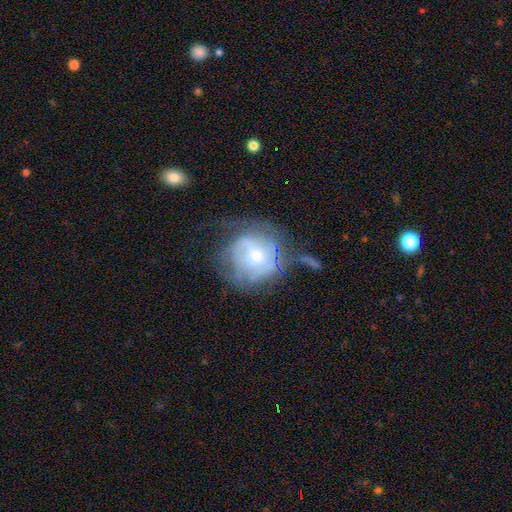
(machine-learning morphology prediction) Overall: featured or disk (56%; smooth 35%). Edge-on disk: no (96%). Bar: no (75%). Spiral arms: yes (53%; no 47%). Bulge size: moderate (48%; small 38%). Merging: none (42%; major disturbance 26%).